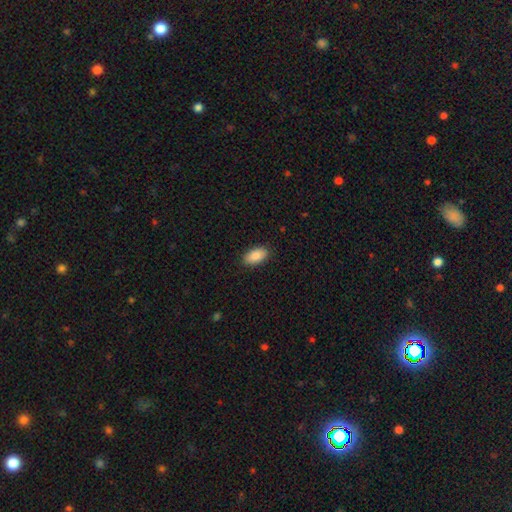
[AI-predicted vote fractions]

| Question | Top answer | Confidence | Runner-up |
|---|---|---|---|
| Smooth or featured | smooth | 87% | star or artifact (7%) |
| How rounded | in between | 94% | round (3%) |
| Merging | none | 89% | minor disturbance (8%) |